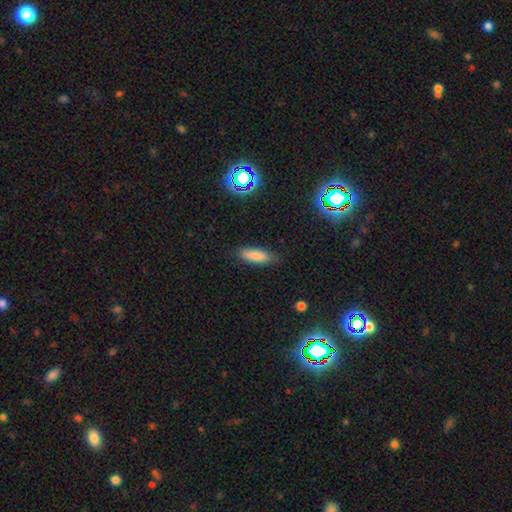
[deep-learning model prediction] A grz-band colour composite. It shows a smooth galaxy with no disk features (83%) that is in between round and cigar-shaped (51%). Merging: none (84%).